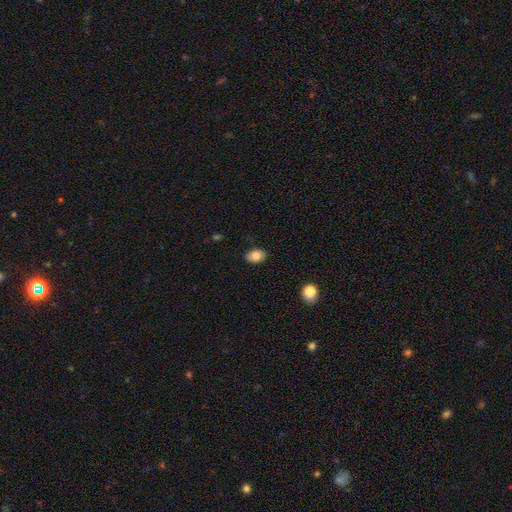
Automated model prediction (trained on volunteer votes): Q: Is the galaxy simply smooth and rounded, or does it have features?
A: smooth — 84%.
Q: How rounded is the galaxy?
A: in between — 85%.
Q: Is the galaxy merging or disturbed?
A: none — 84%.